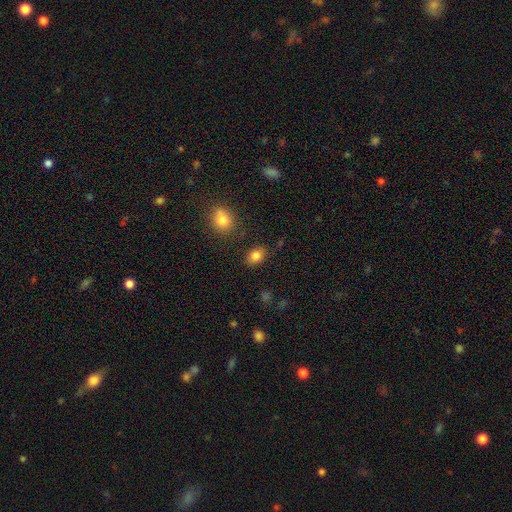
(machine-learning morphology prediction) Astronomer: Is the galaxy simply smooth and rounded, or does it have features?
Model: smooth — 83%.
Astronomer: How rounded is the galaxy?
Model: in between — 69%.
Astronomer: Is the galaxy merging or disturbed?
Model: none — 82%.